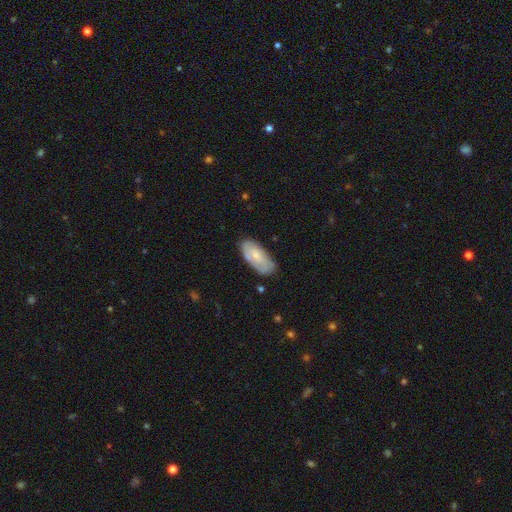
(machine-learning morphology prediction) Smooth or featured? smooth (63%)
How rounded? in between (89%)
Merging? none (74%)